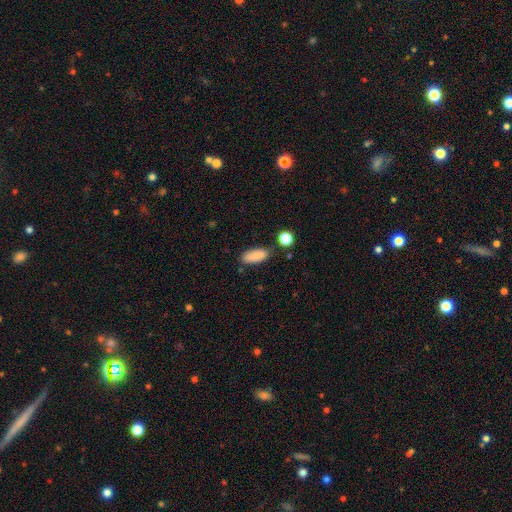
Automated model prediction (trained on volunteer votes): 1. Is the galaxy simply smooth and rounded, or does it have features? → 88% smooth, 8% star or artifact, 5% featured or disk.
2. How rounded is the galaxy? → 82% in between, 16% cigar-shaped, 3% round.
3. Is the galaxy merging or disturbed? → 81% none, 12% minor disturbance, 4% merger, 3% major disturbance.